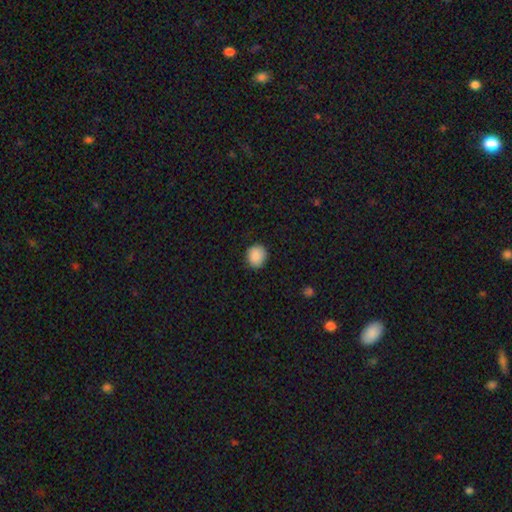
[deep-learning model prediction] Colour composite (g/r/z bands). It shows a smooth galaxy with no disk features (89%) that is round (76%). Merging: none (86%).